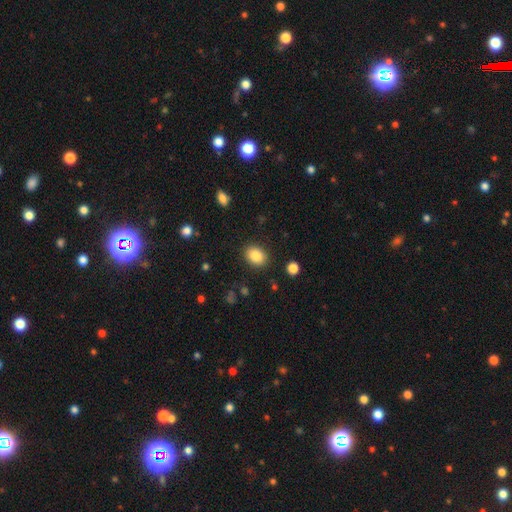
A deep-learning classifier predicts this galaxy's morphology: smooth-or-featured: smooth: 86% | star or artifact: 9% | featured or disk: 5%
  how-rounded: in between: 65% | round: 34% | cigar-shaped: 1%
  merging: none: 88% | minor disturbance: 8% | major disturbance: 3% | merger: 1%